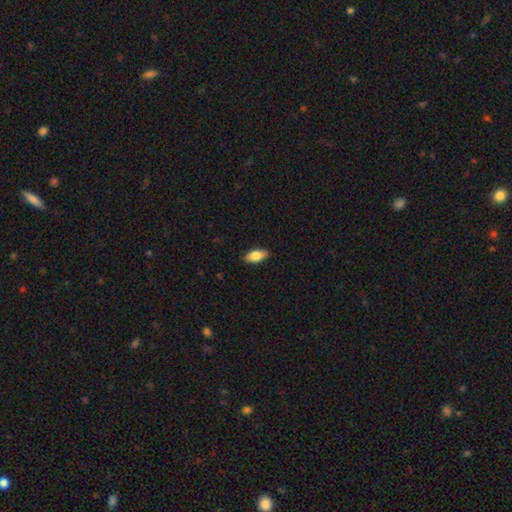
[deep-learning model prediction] This is clearly a smooth galaxy (82%). How rounded: clearly in between (89%). Merging: clearly none (88%).